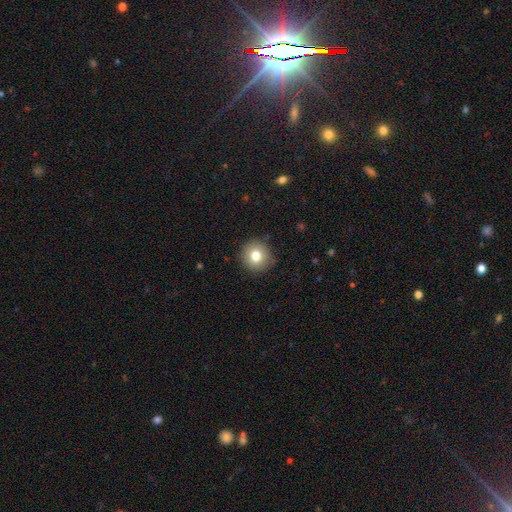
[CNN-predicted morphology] This appears to be a smooth galaxy with no disk features (78%) that is round (93%). Merging: none (89%).